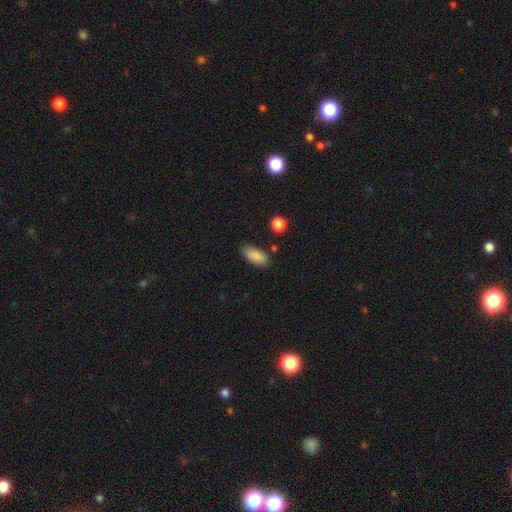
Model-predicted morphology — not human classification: Smooth or featured? smooth (88%)
How rounded? in between (87%)
Merging? none (82%)